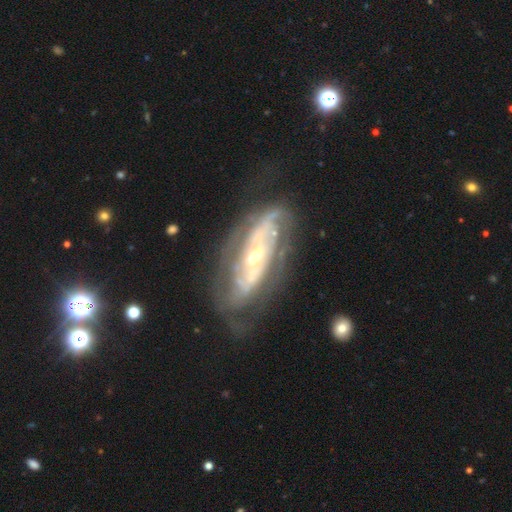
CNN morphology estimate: Q: Smooth or featured?
A: featured or disk (85%); runner-up: smooth (9%)
Q: Edge-on disk?
A: no (87%); runner-up: yes (13%)
Q: Bar?
A: no (43%); runner-up: weak (31%)
Q: Spiral arms?
A: yes (86%); runner-up: no (14%)
Q: Spiral winding?
A: tight (57%); runner-up: medium (32%)
Q: Spiral arm count?
A: can't tell (41%); runner-up: 2 (35%)
Q: Bulge size?
A: moderate (50%); runner-up: small (42%)
Q: Merging?
A: none (64%); runner-up: minor disturbance (20%)